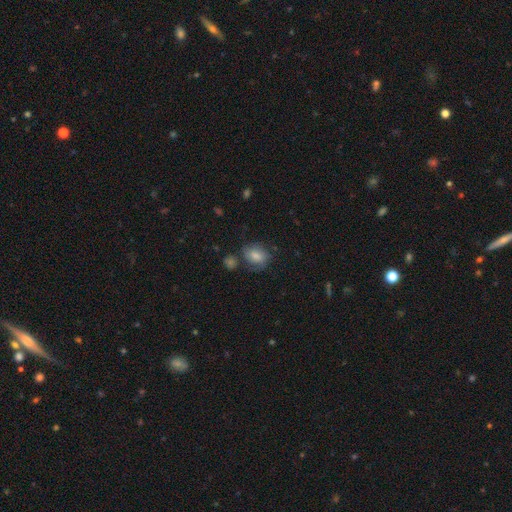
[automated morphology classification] This is possibly a smooth galaxy (59%). How rounded: possibly in between (54%). Merging: likely none (63%).